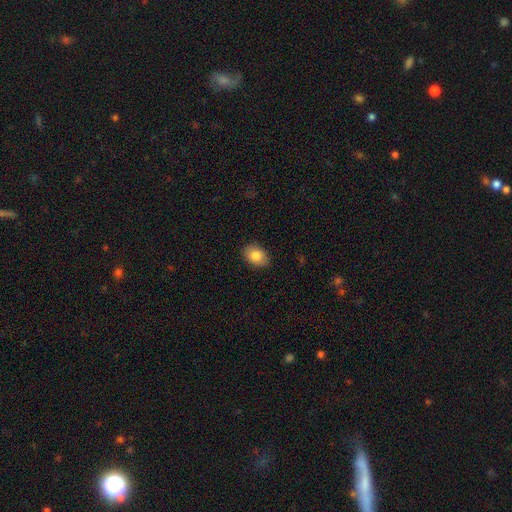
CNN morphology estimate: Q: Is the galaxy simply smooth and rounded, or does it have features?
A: smooth — 83%.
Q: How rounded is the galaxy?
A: in between — 79%.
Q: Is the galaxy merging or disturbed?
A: none — 87%.